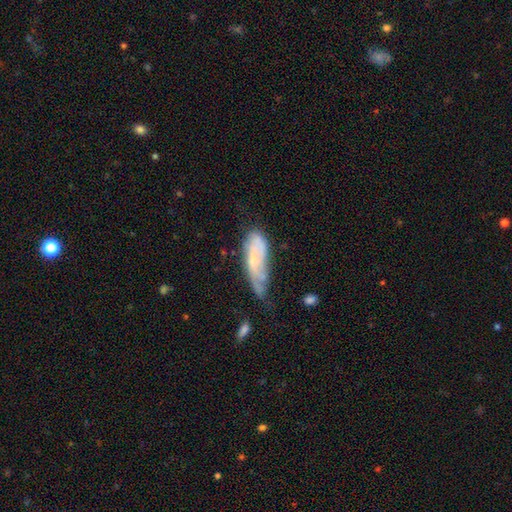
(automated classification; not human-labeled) Smooth or featured? featured or disk (49%)
Merging? minor disturbance (38%)